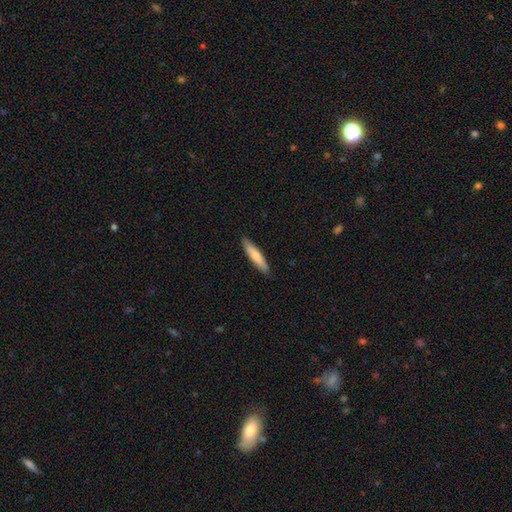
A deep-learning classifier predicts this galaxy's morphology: smooth_or_featured: smooth (p=0.70) [alt: featured or disk p=0.25]
how_rounded: cigar-shaped (p=0.86) [alt: in between p=0.13]
merging: none (p=0.89) [alt: minor disturbance p=0.08]